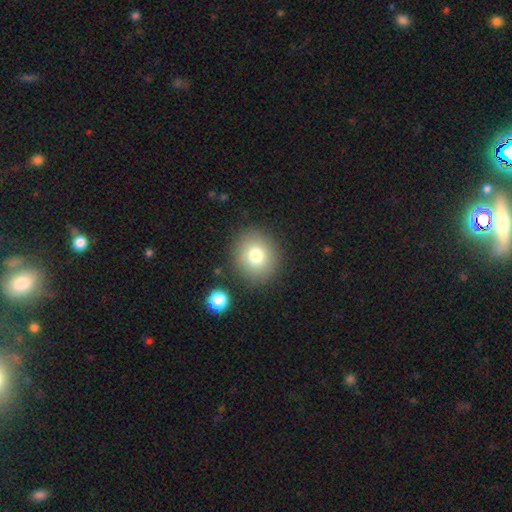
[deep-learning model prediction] This appears to be a smooth galaxy with no disk features (77%) that is round (84%). Merging: none (86%).